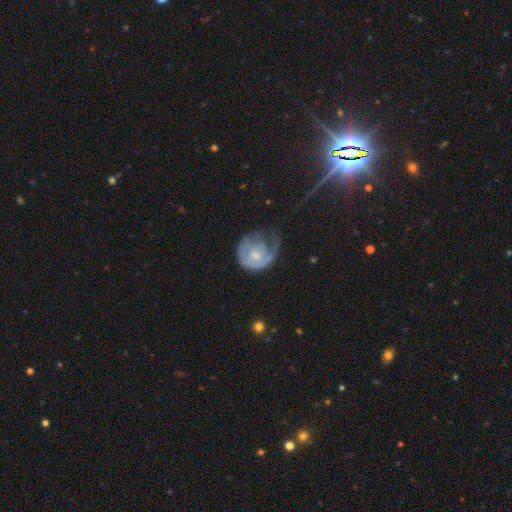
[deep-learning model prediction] Q: Smooth or featured?
A: featured or disk (59%); runner-up: smooth (34%)
Q: Edge-on disk?
A: no (98%); runner-up: yes (2%)
Q: Bar?
A: no (73%); runner-up: weak (24%)
Q: Spiral arms?
A: yes (75%); runner-up: no (25%)
Q: Bulge size?
A: small (48%); runner-up: moderate (36%)
Q: Merging?
A: major disturbance (39%); runner-up: none (32%)